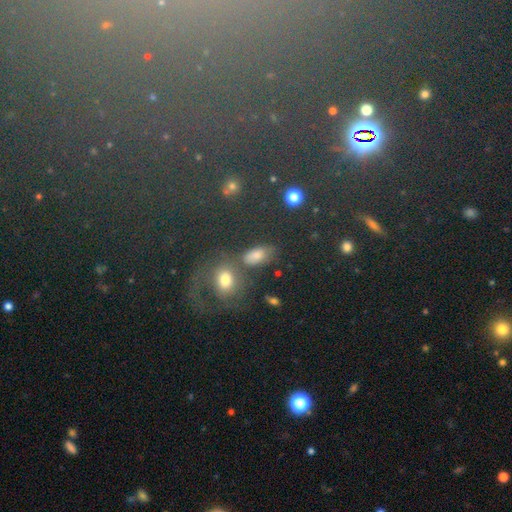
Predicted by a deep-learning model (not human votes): This appears to be a smooth galaxy with no disk features (73%) that is in between round and cigar-shaped (82%). Merging: none (61%).